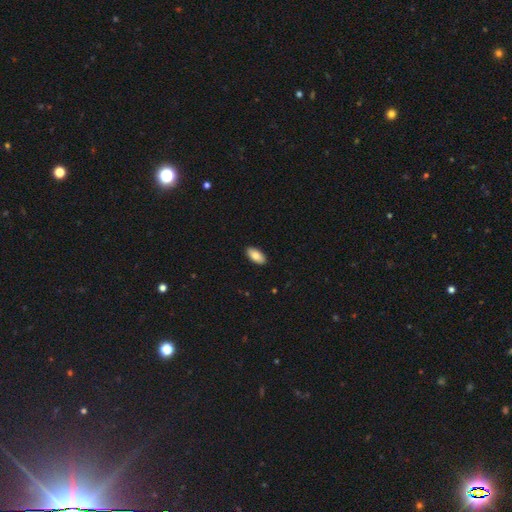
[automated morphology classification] A smooth galaxy with no disk features (82%) that is in between round and cigar-shaped (92%). Merging: none (91%).